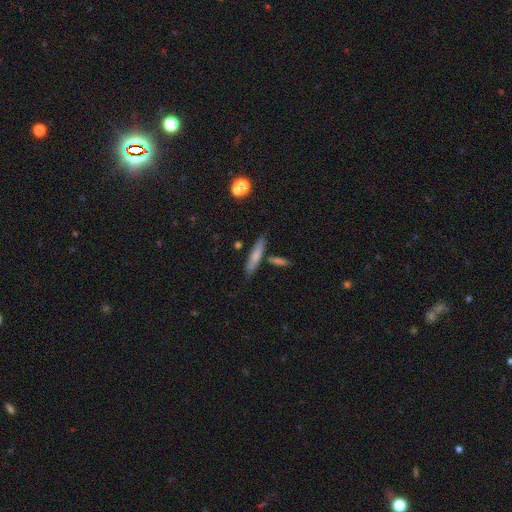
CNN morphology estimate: A smooth galaxy with no disk features (69%) that is cigar-shaped (83%).

Vote fractions:
- Smooth or featured? smooth: 69% / featured or disk: 24% / star or artifact: 7%
- How rounded? cigar-shaped: 83% / in between: 15% / round: 2%
- Merging? none: 76% / minor disturbance: 13% / merger: 8% / major disturbance: 3%